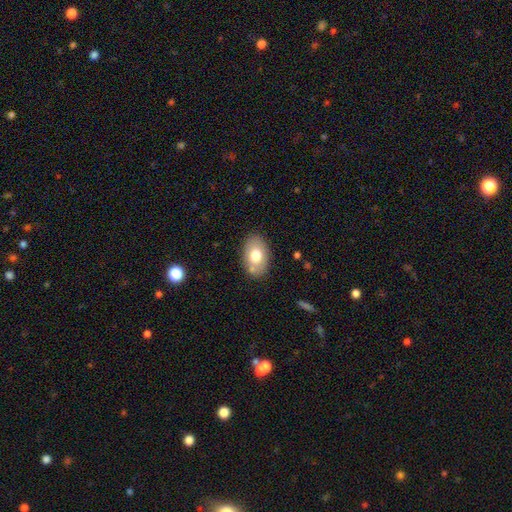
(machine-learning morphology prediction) smooth 72%, featured or disk 21%, star or artifact 7%. Down the decision tree: how rounded — in between (88%); merging — none (77%).